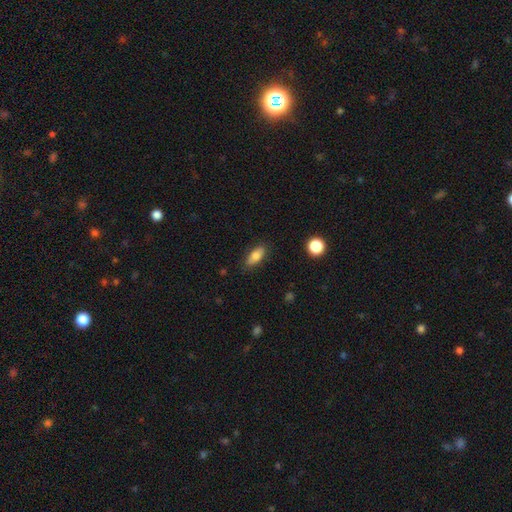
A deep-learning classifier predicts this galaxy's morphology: Overall: smooth (80%). How rounded: in between (82%). Merging: none (83%).